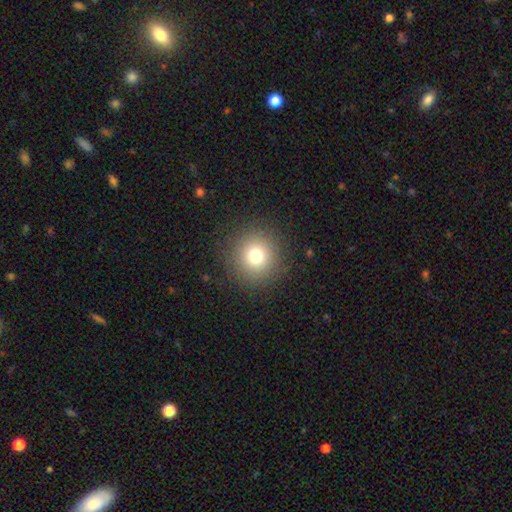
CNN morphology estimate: This appears to be a smooth galaxy with no disk features (76%) that is round (94%). Merging: none (90%).